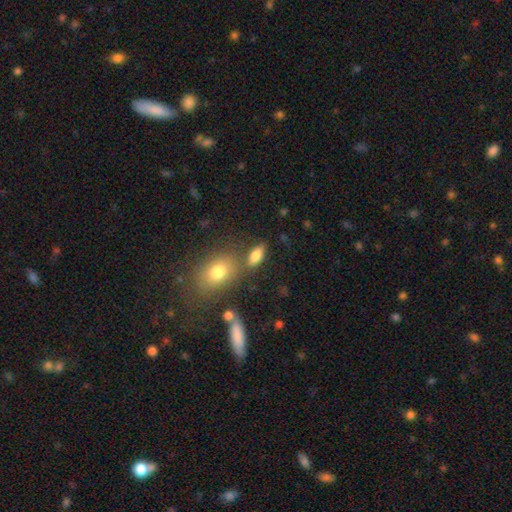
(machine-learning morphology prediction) This is likely a smooth galaxy (80%). How rounded: clearly in between (83%). Merging: likely none (68%).